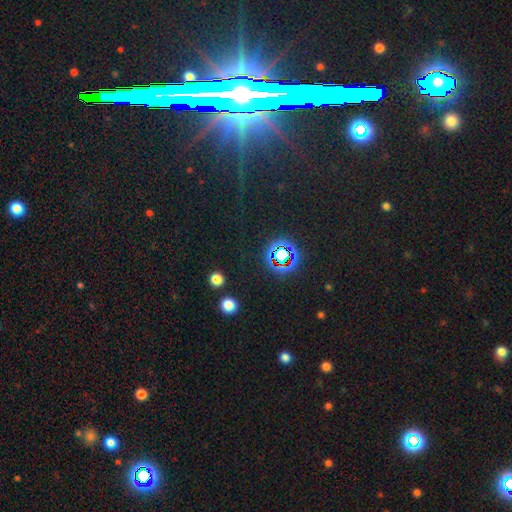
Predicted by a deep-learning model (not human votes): A star or artifact, not a galaxy (69%).

Vote fractions:
- Smooth or featured? star or artifact: 69% / featured or disk: 18% / smooth: 14%